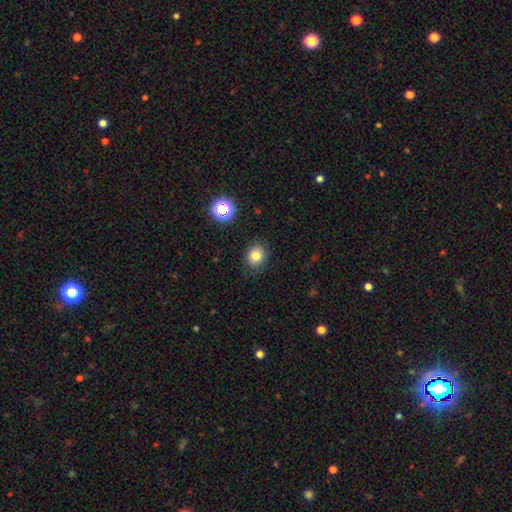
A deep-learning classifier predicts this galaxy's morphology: smooth-or-featured: smooth: 80% | star or artifact: 13% | featured or disk: 7%
  how-rounded: round: 69% | in between: 30% | cigar-shaped: 1%
  merging: none: 87% | minor disturbance: 9% | major disturbance: 3% | merger: 1%